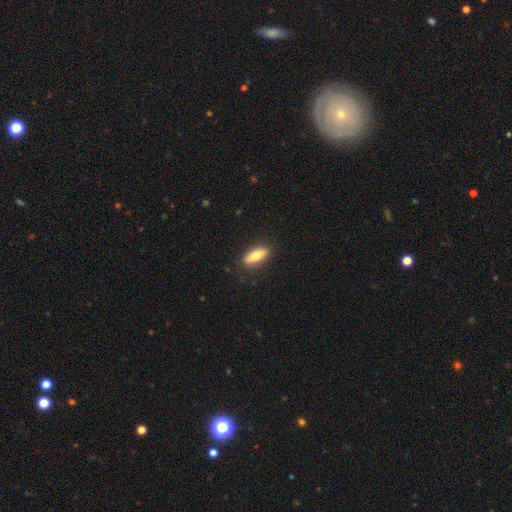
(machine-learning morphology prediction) Smooth or featured? Predicted: smooth (p=0.76). How rounded? Predicted: in between (p=0.63). Merging? Predicted: none (p=0.87).